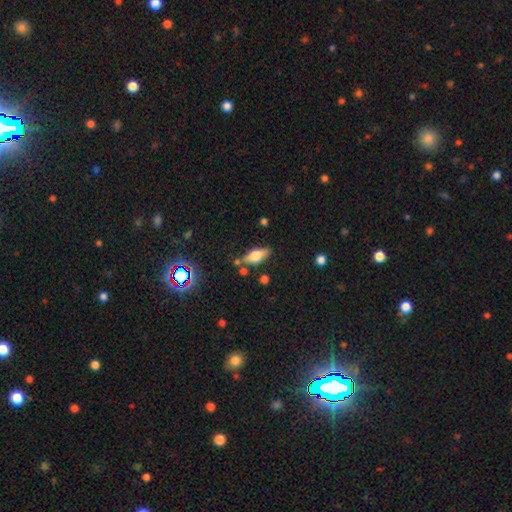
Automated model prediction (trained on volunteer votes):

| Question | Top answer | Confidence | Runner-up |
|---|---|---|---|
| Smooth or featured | smooth | 62% | featured or disk (28%) |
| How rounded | in between | 78% | cigar-shaped (18%) |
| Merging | none | 73% | minor disturbance (16%) |